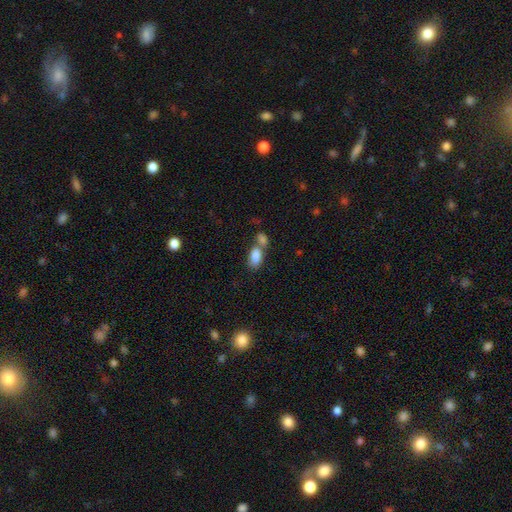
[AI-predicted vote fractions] This appears to be a smooth galaxy with no disk features (84%) that is in between round and cigar-shaped (91%). Merging: merger (51%).